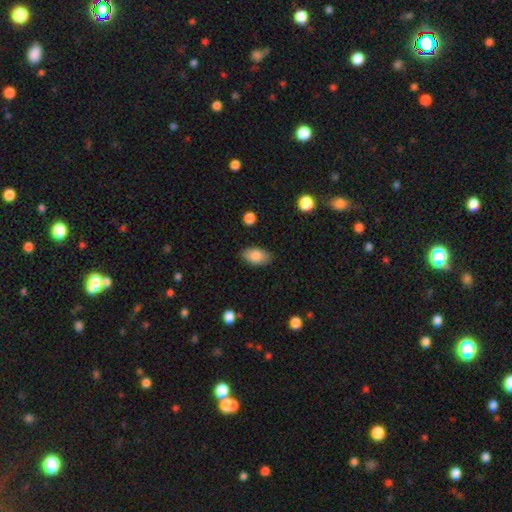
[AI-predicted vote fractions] smooth-or-featured: smooth: 85% | featured or disk: 8% | star or artifact: 7%
  how-rounded: in between: 93% | round: 5% | cigar-shaped: 2%
  merging: none: 85% | minor disturbance: 12% | major disturbance: 3% | merger: 1%